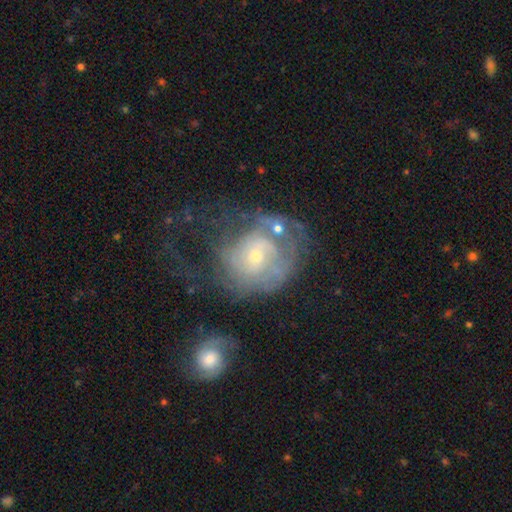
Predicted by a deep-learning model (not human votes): Smooth or featured?
  - featured or disk: 73% *
  - smooth: 18%
  - star or artifact: 9%
Edge-on disk?
  - no: 97% *
  - yes: 3%
Bar?
  - no: 72% *
  - weak: 24%
  - strong: 4%
Spiral arms?
  - yes: 77% *
  - no: 23%
Spiral winding?
  - tight: 56% *
  - medium: 29%
  - loose: 14%
Spiral arm count?
  - can't tell: 51% *
  - 2: 22%
  - 3: 11%
  - 1: 8%
  - 4: 5%
  - more than 4: 4%
Bulge size?
  - small: 64% *
  - moderate: 31%
  - large: 2%
  - none: 2%
  - dominant: 1%
Merging?
  - none: 34% *
  - major disturbance: 32%
  - minor disturbance: 18%
  - merger: 16%